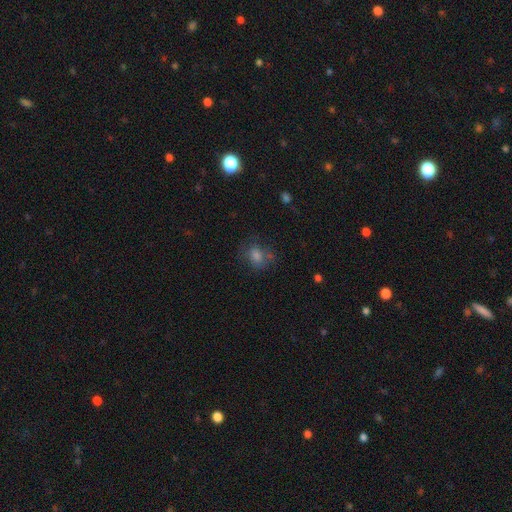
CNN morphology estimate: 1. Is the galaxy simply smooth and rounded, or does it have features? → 58% smooth, 25% star or artifact, 17% featured or disk.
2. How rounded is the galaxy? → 58% round, 40% in between, 1% cigar-shaped.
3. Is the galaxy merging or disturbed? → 67% none, 19% minor disturbance, 10% major disturbance, 4% merger.